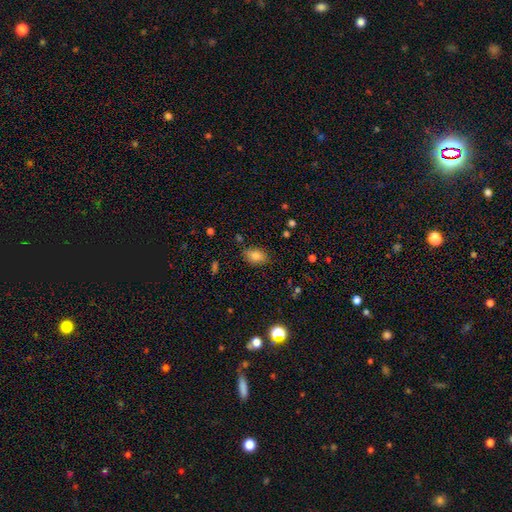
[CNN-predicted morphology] smooth 82%, star or artifact 10%, featured or disk 8%. Down the decision tree: how rounded — in between (84%); merging — none (82%).